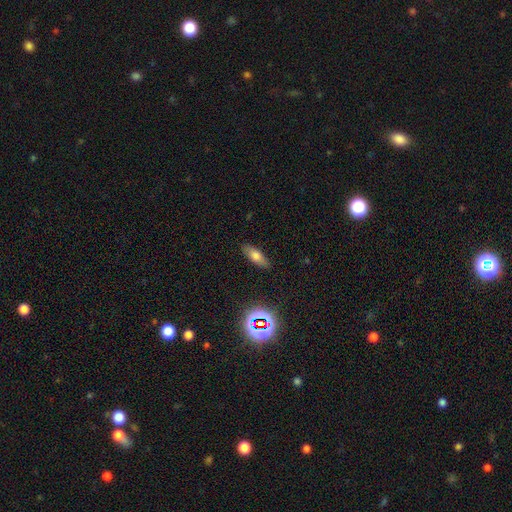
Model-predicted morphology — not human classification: smooth_or_featured: smooth (p=0.68) [alt: featured or disk p=0.19]
how_rounded: in between (p=0.72) [alt: cigar-shaped p=0.25]
merging: none (p=0.86) [alt: minor disturbance p=0.10]